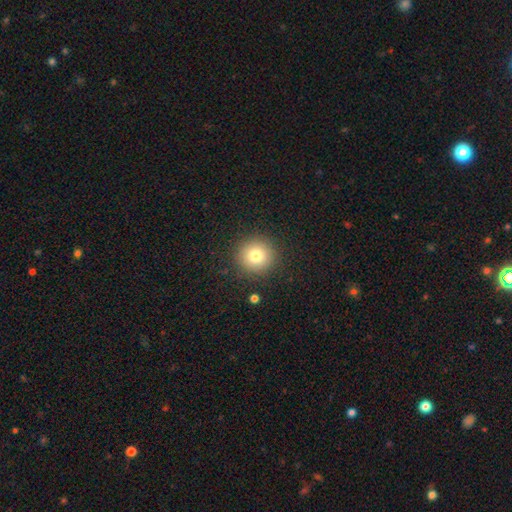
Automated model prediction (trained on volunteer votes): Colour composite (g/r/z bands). It shows a smooth galaxy with no disk features (79%) that is round (95%). Merging: none (90%).